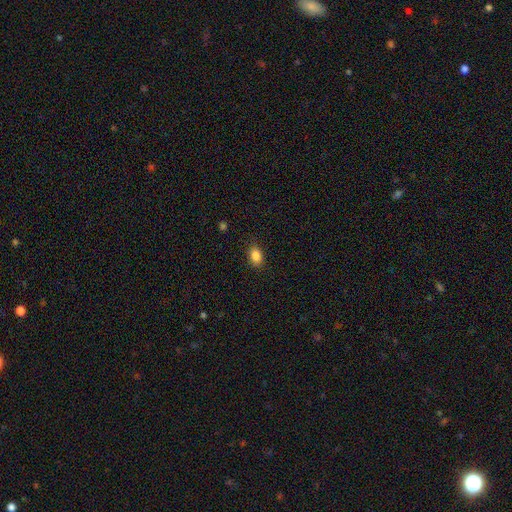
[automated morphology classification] smooth-or-featured: smooth: 87% | star or artifact: 9% | featured or disk: 4%
  how-rounded: in between: 82% | round: 16% | cigar-shaped: 2%
  merging: none: 86% | minor disturbance: 10% | major disturbance: 3% | merger: 1%